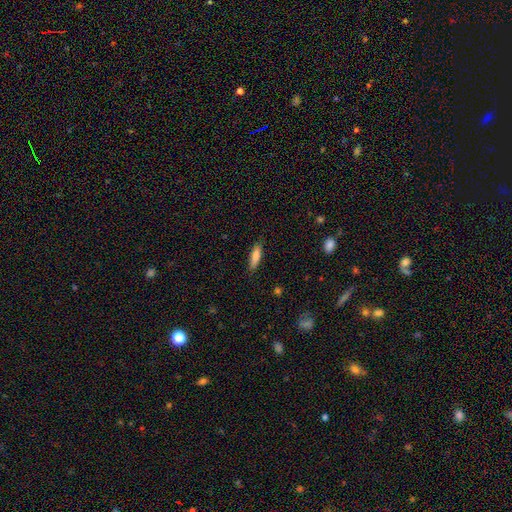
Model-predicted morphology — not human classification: The model was most divided on "how rounded": cigar-shaped: 64%, in between: 35%, round: 2%. More confident: merging — none (85%); smooth or featured — smooth (75%).